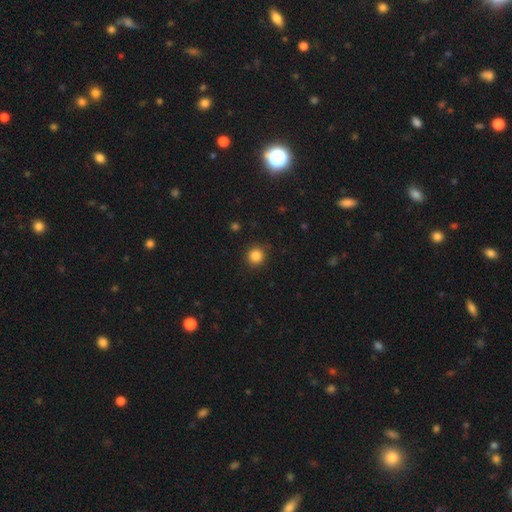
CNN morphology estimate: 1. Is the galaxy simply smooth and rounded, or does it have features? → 85% smooth, 11% star or artifact, 4% featured or disk.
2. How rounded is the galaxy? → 92% round, 7% in between, 1% cigar-shaped.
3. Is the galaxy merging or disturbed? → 88% none, 8% minor disturbance, 2% major disturbance, 1% merger.